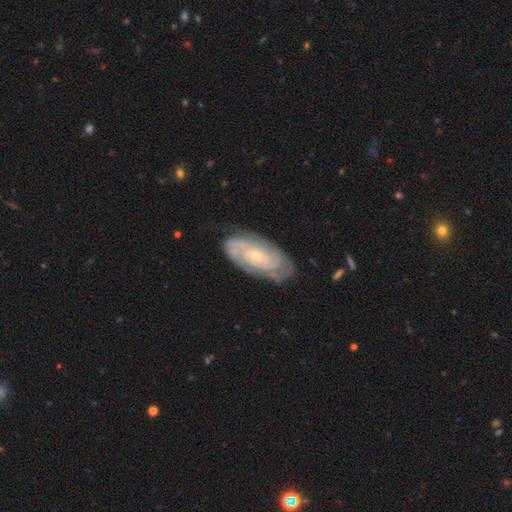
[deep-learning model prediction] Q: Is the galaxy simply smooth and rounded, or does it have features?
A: featured or disk — 84%.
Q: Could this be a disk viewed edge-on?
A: no — 94%.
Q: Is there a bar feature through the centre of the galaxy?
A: no — 70%.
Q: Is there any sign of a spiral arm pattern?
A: yes — 96%.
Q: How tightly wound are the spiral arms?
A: tight — 74%.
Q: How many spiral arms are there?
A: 2 — 36%.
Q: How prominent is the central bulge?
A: small — 71%.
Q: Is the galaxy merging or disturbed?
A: none — 77%.